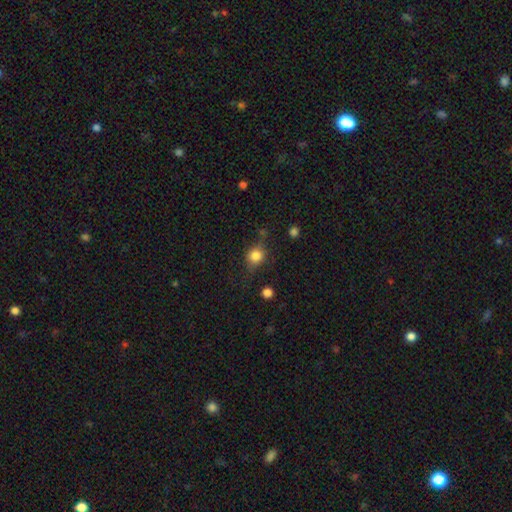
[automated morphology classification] smooth-or-featured: smooth: 80% | star or artifact: 11% | featured or disk: 9%
  how-rounded: round: 74% | in between: 24% | cigar-shaped: 1%
  merging: none: 68% | minor disturbance: 22% | major disturbance: 7% | merger: 3%